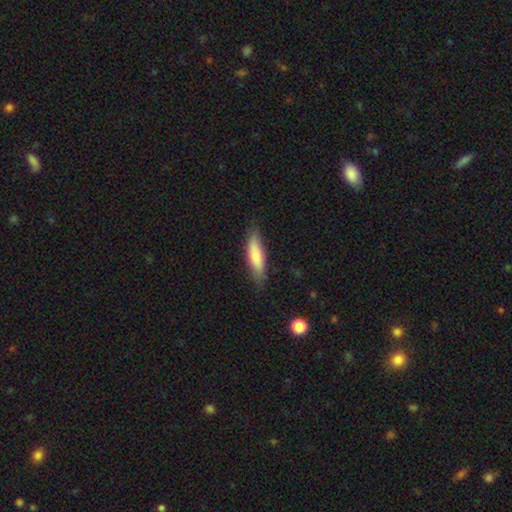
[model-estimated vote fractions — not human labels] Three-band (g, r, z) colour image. It shows a smooth galaxy with no disk features (76%) that is cigar-shaped (63%). Merging: none (78%).